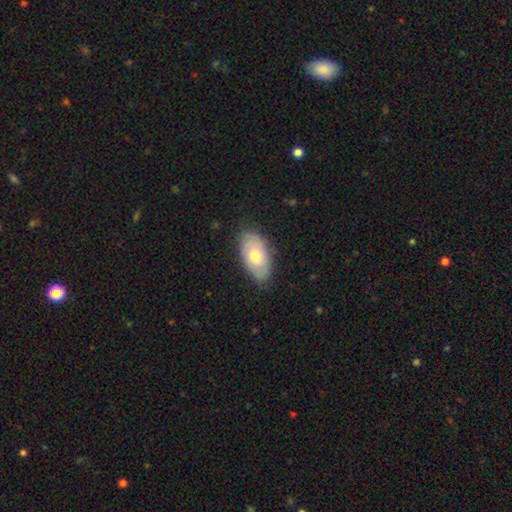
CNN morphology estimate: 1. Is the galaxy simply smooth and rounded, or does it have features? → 61% smooth, 33% featured or disk, 6% star or artifact.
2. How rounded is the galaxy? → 93% in between, 4% round, 2% cigar-shaped.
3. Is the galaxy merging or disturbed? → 80% none, 16% minor disturbance, 3% major disturbance, 1% merger.